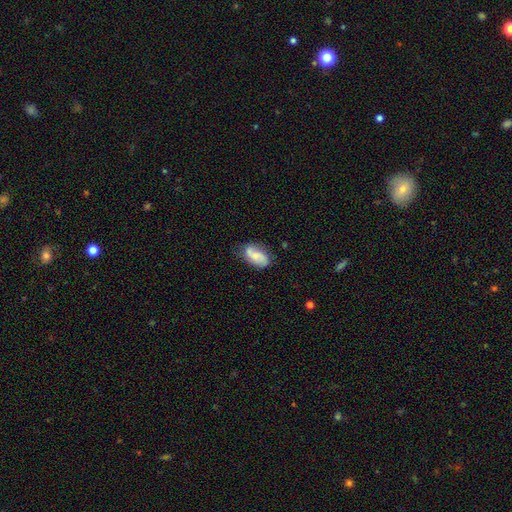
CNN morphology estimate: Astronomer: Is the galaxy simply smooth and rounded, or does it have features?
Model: featured or disk — 52% (runner-up: smooth, 41%).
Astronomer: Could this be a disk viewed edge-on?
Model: no — 96%.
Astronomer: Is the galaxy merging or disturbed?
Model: none — 59%.